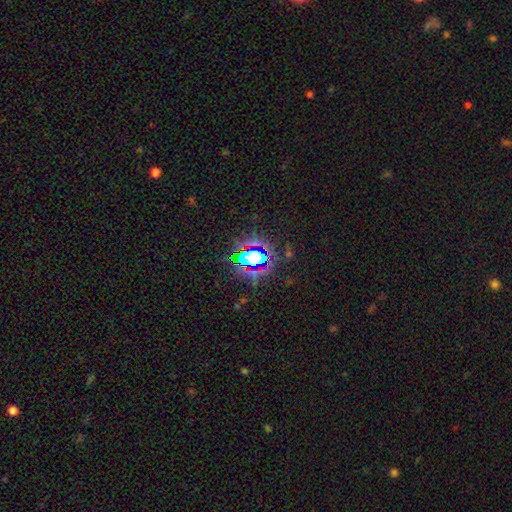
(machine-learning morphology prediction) type=star or artifact (63%).